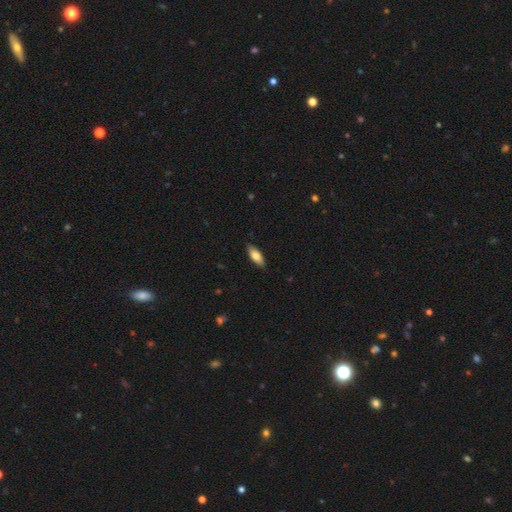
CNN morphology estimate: This appears to be a smooth galaxy with no disk features (76%) that is in between round and cigar-shaped (74%). Merging: none (86%).